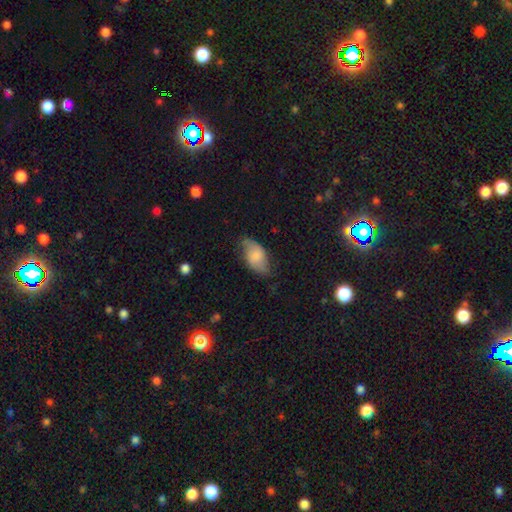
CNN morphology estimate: This appears to be a smooth galaxy with no disk features (65%) that is in between round and cigar-shaped (93%). Merging: none (59%).